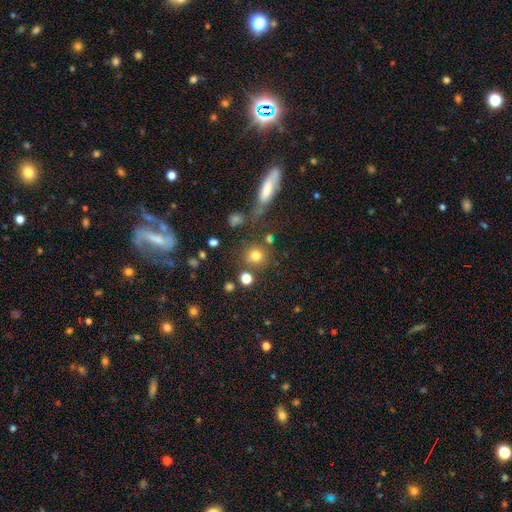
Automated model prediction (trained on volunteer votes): Smooth or featured? smooth (76%)
How rounded? round (86%)
Merging? none (70%)